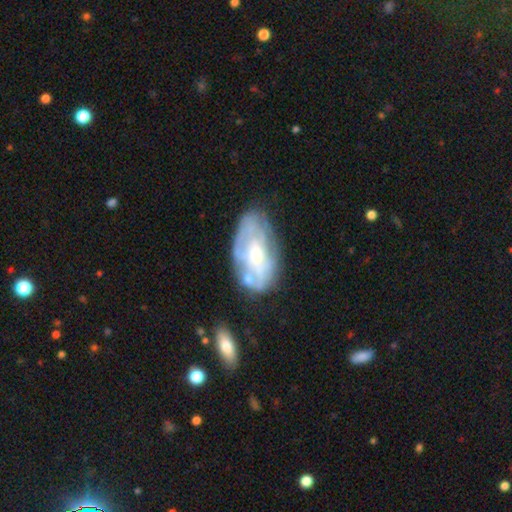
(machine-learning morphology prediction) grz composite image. It shows a featured or disk galaxy (66%) with no bar (74%), spiral arms (52%) and a small central bulge (53%). Merging: none (54%).